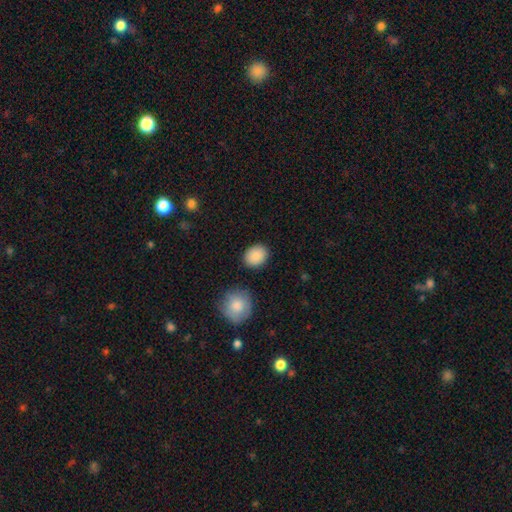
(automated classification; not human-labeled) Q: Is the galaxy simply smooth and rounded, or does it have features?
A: smooth — 88%.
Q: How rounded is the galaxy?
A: in between — 50%.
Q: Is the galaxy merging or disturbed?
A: none — 86%.